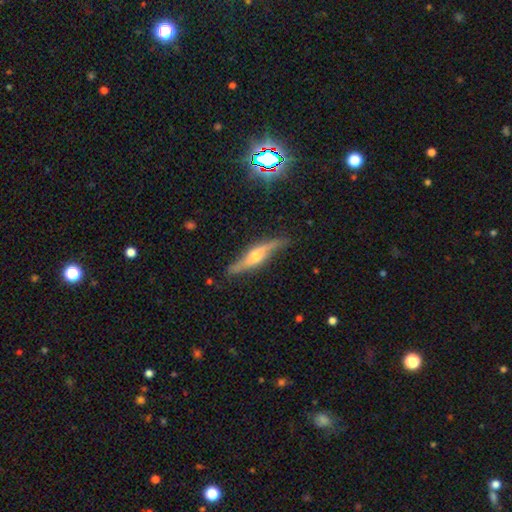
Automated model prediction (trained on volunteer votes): Smooth or featured?
  - featured or disk: 72% *
  - smooth: 22%
  - star or artifact: 6%
Edge-on disk?
  - yes: 82% *
  - no: 18%
Edge-on bulge?
  - rounded: 91% *
  - boxy: 5%
  - none: 4%
Merging?
  - none: 77% *
  - minor disturbance: 17%
  - major disturbance: 4%
  - merger: 2%